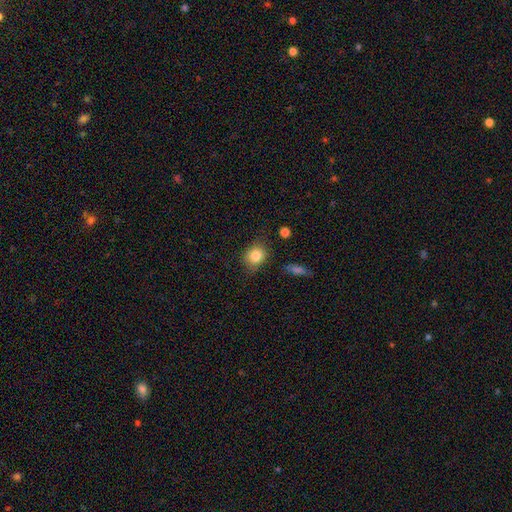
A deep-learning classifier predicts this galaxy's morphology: A smooth galaxy with no disk features (83%) that is round (57%).

Vote fractions:
- Smooth or featured? smooth: 83% / star or artifact: 9% / featured or disk: 8%
- How rounded? round: 57% / in between: 42% / cigar-shaped: 1%
- Merging? none: 77% / minor disturbance: 17% / major disturbance: 4% / merger: 2%